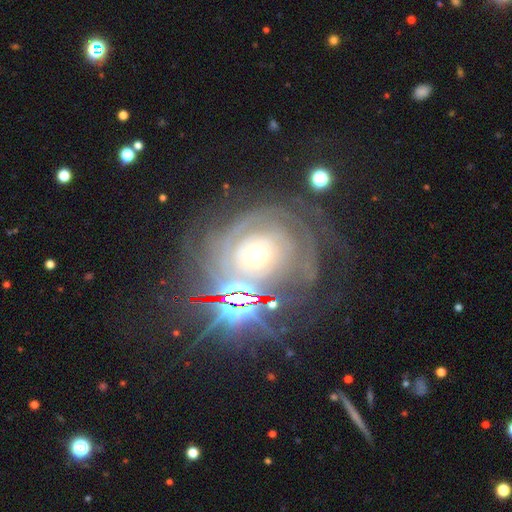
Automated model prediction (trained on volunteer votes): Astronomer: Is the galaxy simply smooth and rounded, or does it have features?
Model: featured or disk — 76%.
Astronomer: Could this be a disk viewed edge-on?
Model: no — 96%.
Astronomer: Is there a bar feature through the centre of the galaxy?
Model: no — 78%.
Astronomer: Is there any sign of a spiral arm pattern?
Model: yes — 91%.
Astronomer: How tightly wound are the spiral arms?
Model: tight — 78%.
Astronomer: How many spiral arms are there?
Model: can't tell — 42%.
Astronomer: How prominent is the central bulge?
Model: small — 47% (runner-up: moderate, 45%).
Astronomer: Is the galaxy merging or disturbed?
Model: none — 64%.